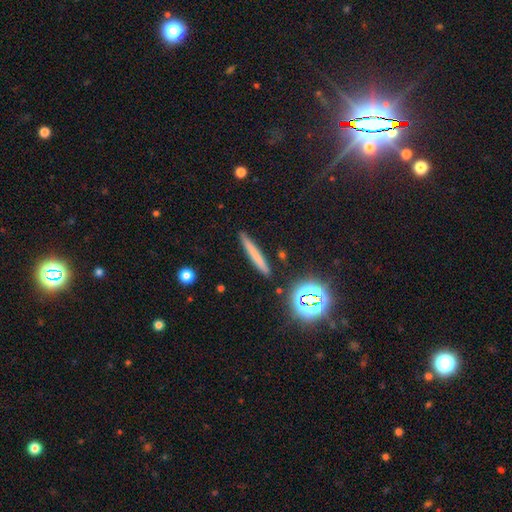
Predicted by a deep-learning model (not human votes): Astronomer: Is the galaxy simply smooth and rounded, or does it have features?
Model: smooth — 63%.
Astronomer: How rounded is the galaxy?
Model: cigar-shaped — 95%.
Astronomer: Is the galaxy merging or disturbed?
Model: none — 90%.